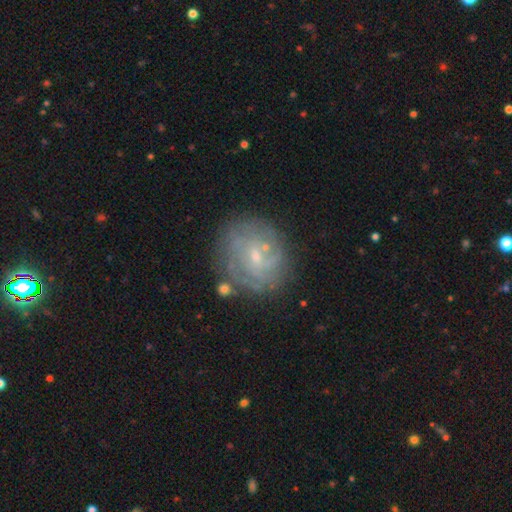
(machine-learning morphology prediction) Smooth or featured? Predicted: featured or disk (p=0.68). Edge-on disk? Predicted: no (p=0.97). Bar? Predicted: no (p=0.51). Spiral arms? Predicted: yes (p=0.78). Spiral winding? Predicted: tight (p=0.63). Spiral arm count? Predicted: can't tell (p=0.53). Bulge size? Predicted: small (p=0.73). Merging? Predicted: none (p=0.74).